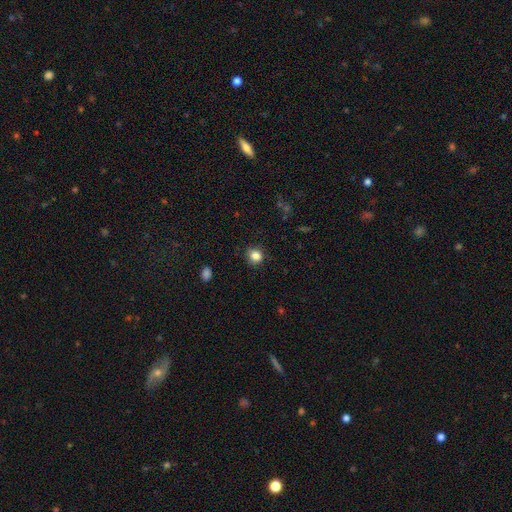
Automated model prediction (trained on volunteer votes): Smooth or featured? smooth (84%)
How rounded? round (81%)
Merging? none (88%)